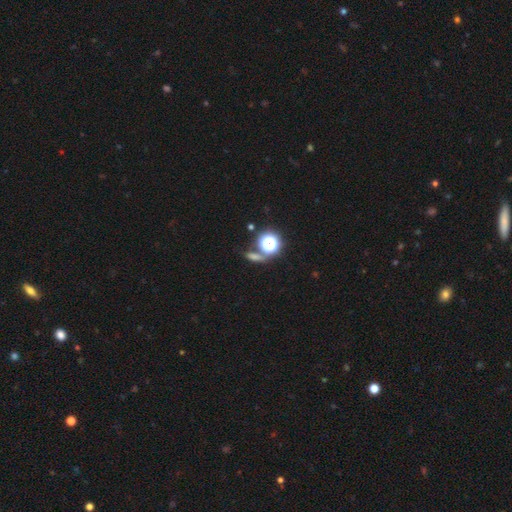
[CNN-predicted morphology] star or artifact 60%, smooth 28%, featured or disk 12%.